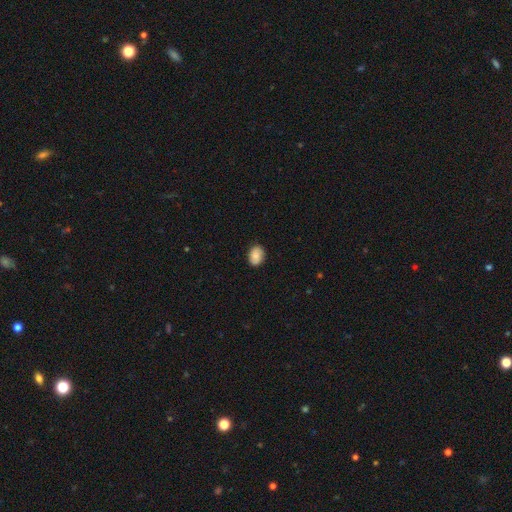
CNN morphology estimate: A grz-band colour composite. It shows a smooth galaxy with no disk features (81%) that is in between round and cigar-shaped (73%). Merging: none (86%).